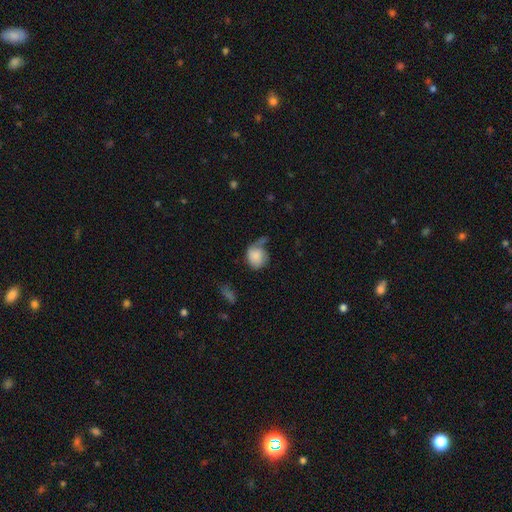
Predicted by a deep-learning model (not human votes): Overall: smooth (78%). How rounded: round (68%; in between 31%). Merging: none (34%; minor disturbance 31%).